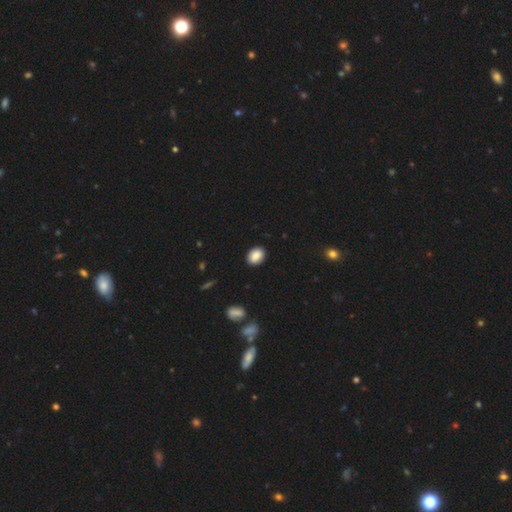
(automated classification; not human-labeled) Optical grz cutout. It shows a smooth galaxy with no disk features (87%) that is in between round and cigar-shaped (61%). Merging: none (89%).